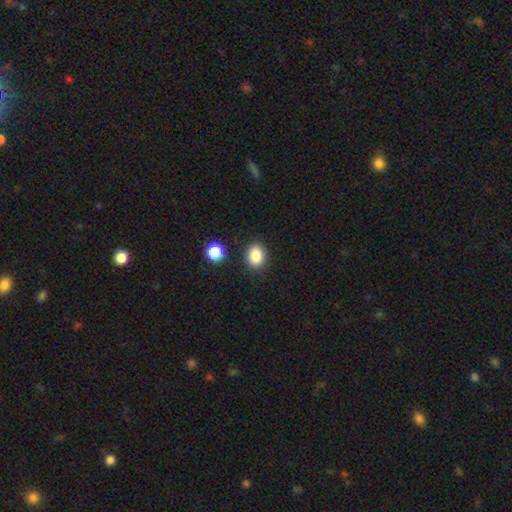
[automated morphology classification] A smooth galaxy with no disk features (86%) that is in between round and cigar-shaped (57%). Merging: none (84%).